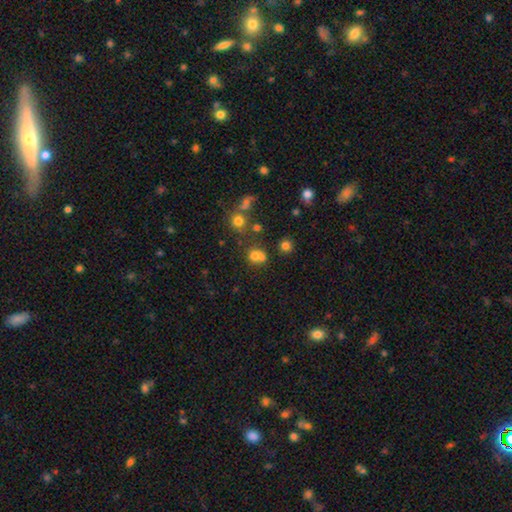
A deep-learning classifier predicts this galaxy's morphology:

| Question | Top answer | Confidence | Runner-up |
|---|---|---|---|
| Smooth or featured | smooth | 70% | star or artifact (19%) |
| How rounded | round | 64% | in between (34%) |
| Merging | none | 44% | merger (29%) |